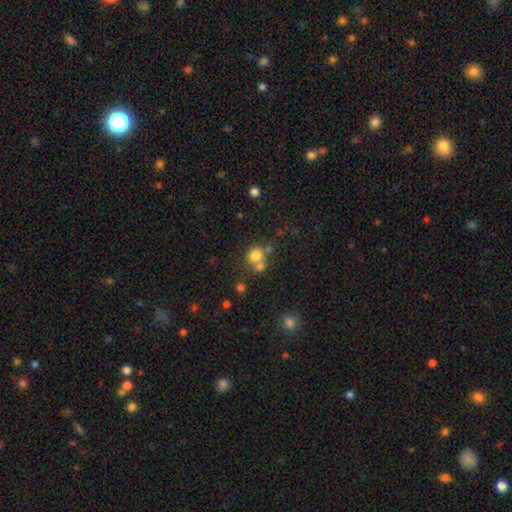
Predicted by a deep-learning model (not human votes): Morphology: type=smooth (77%); roundness=round (78%); merging=none (50%).